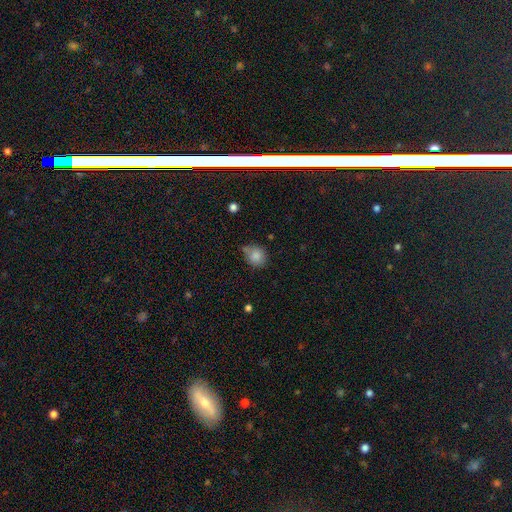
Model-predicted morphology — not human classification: The model was most divided on "merging": none: 57%, minor disturbance: 28%, merger: 9%, major disturbance: 6%. More confident: smooth or featured — smooth (83%); how rounded — round (71%).